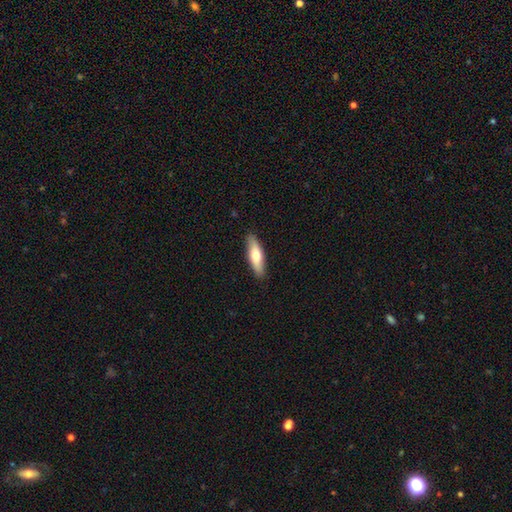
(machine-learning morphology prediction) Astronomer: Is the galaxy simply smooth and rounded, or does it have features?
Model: smooth — 65%.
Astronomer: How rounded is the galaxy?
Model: cigar-shaped — 58% (runner-up: in between, 40%).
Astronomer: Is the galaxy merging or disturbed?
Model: none — 88%.